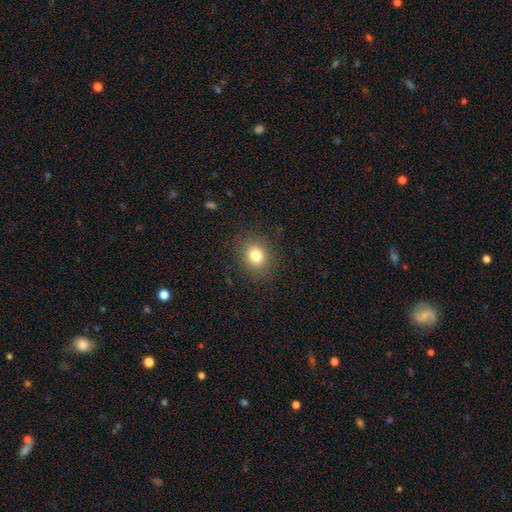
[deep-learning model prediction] smooth-or-featured: smooth: 79% | star or artifact: 12% | featured or disk: 8%
  how-rounded: round: 75% | in between: 24% | cigar-shaped: 1%
  merging: none: 87% | minor disturbance: 8% | major disturbance: 3% | merger: 1%